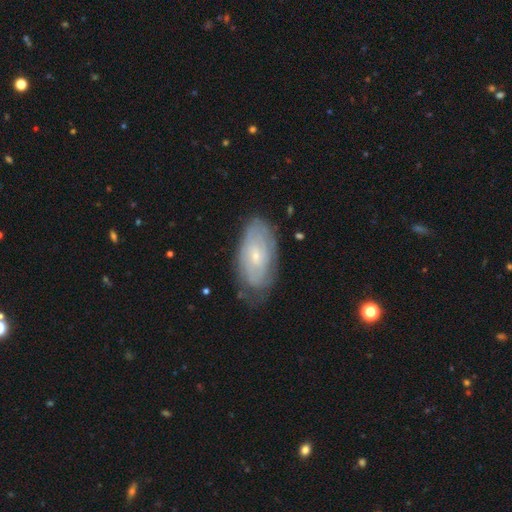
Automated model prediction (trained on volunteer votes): Q: Smooth or featured?
A: featured or disk (59%); runner-up: smooth (34%)
Q: Edge-on disk?
A: no (91%); runner-up: yes (9%)
Q: Bar?
A: no (76%); runner-up: weak (21%)
Q: Spiral arms?
A: yes (68%); runner-up: no (32%)
Q: Bulge size?
A: small (77%); runner-up: moderate (19%)
Q: Merging?
A: none (67%); runner-up: minor disturbance (24%)